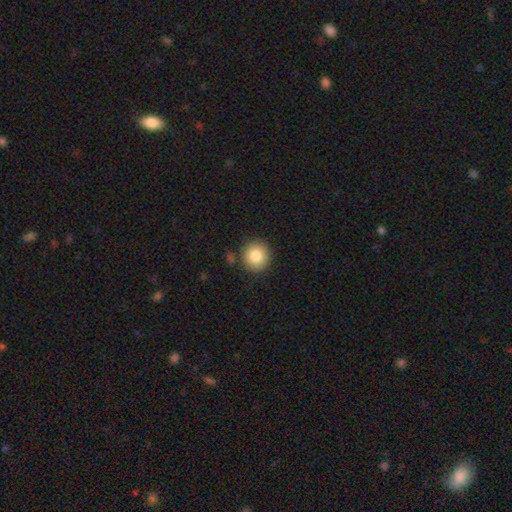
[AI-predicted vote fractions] A smooth galaxy with no disk features (83%) that is round (92%). Merging: none (86%).